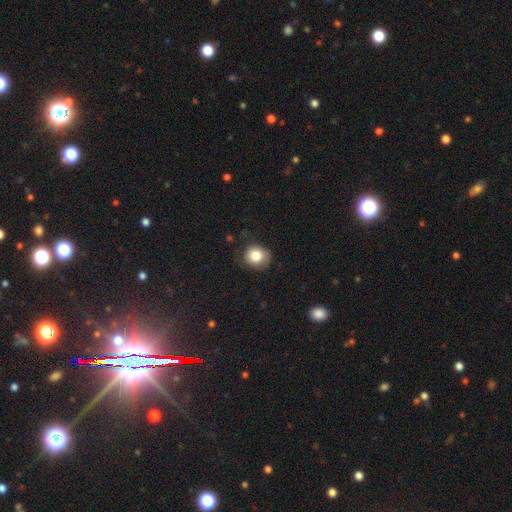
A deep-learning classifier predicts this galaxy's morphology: Smooth or featured? smooth (83%)
How rounded? round (79%)
Merging? none (73%)